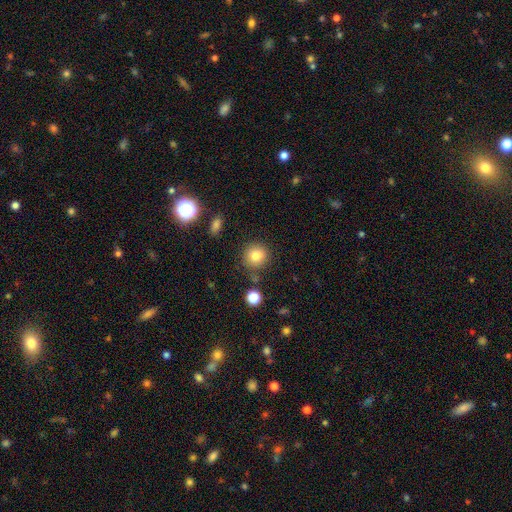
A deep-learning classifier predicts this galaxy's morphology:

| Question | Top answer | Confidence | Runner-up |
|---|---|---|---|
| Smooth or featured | smooth | 82% | star or artifact (11%) |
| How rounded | round | 90% | in between (9%) |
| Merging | none | 80% | minor disturbance (11%) |